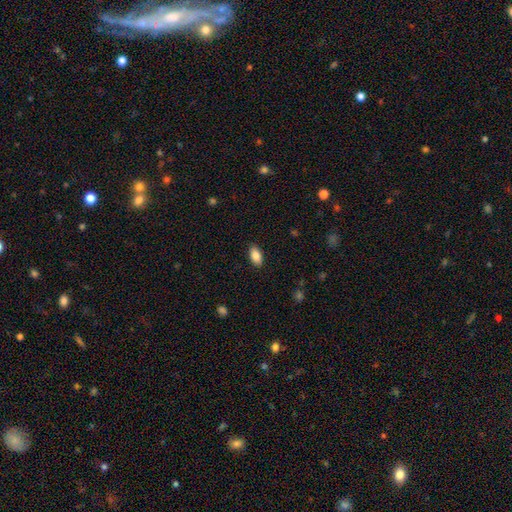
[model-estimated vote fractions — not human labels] Smooth or featured: smooth — 87% (star or artifact — 7%)
How rounded: in between — 92% (round — 4%)
Merging: none — 88% (minor disturbance — 9%)